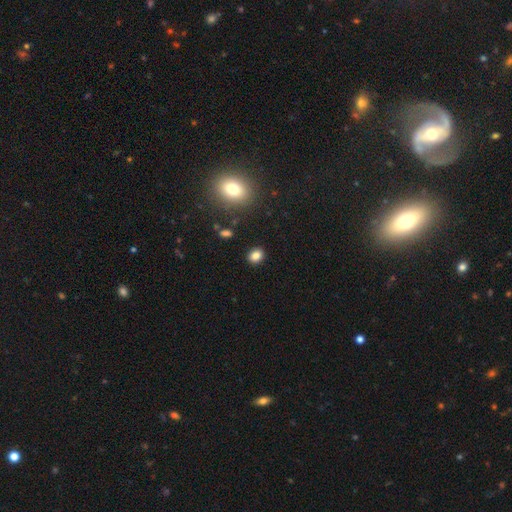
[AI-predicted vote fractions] Smooth or featured? smooth (83%)
How rounded? round (56%)
Merging? none (89%)